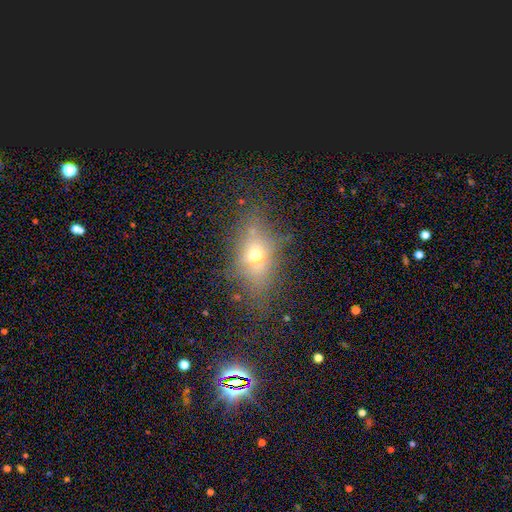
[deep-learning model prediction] Smooth or featured? Predicted: smooth (p=0.53). How rounded? Predicted: in between (p=0.68). Merging? Predicted: none (p=0.62).